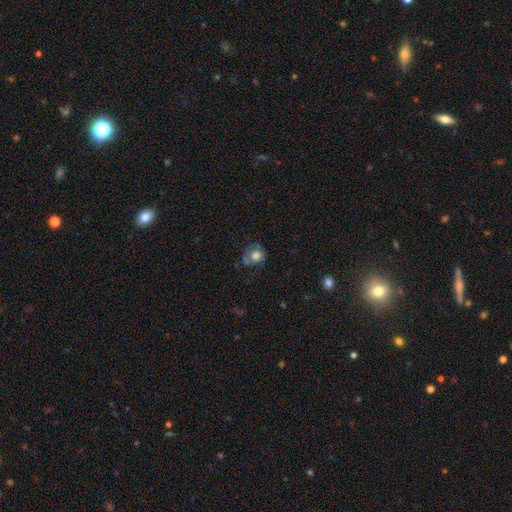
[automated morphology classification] smooth 64%, featured or disk 25%, star or artifact 10%. Down the decision tree: how rounded — round (73%); merging — none (54%).